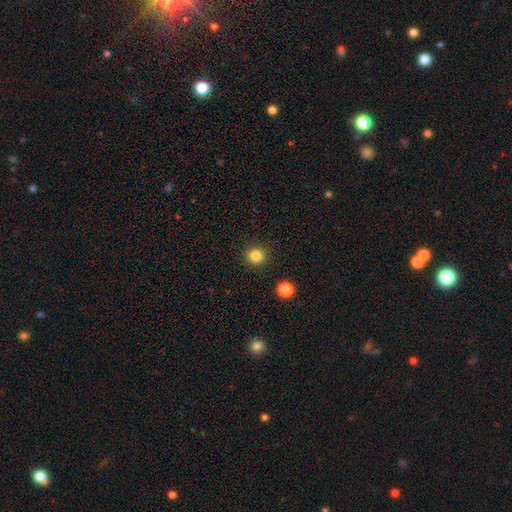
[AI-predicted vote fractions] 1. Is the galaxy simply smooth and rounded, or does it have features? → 83% smooth, 12% star or artifact, 5% featured or disk.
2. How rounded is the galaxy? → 91% round, 8% in between, 1% cigar-shaped.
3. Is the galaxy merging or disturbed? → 91% none, 5% minor disturbance, 2% major disturbance, 2% merger.